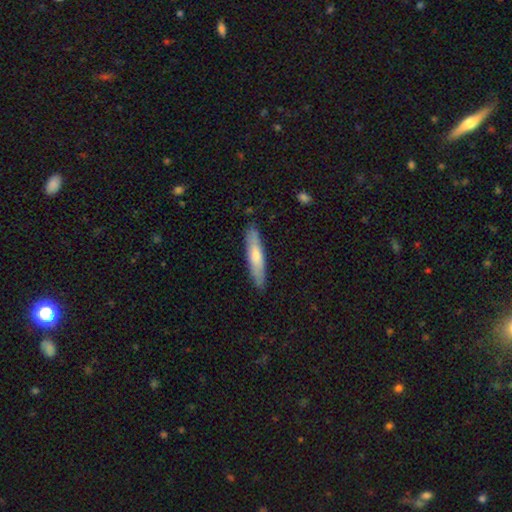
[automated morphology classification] The model was most divided on "smooth or featured": smooth: 67%, featured or disk: 28%, star or artifact: 5%. More confident: how rounded — cigar-shaped (87%); merging — none (87%).